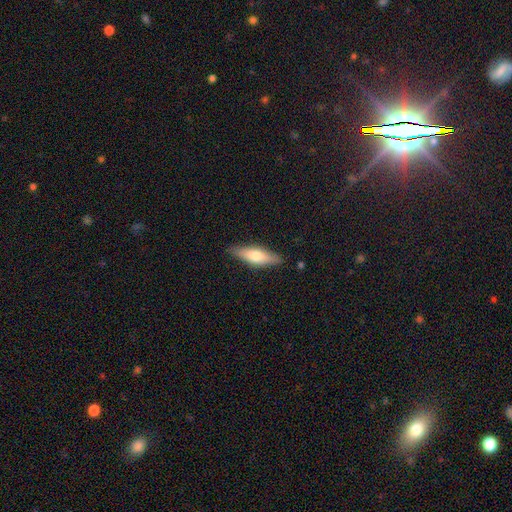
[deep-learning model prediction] Smooth or featured? Predicted: smooth (p=0.59). How rounded? Predicted: cigar-shaped (p=0.51). Merging? Predicted: none (p=0.85).